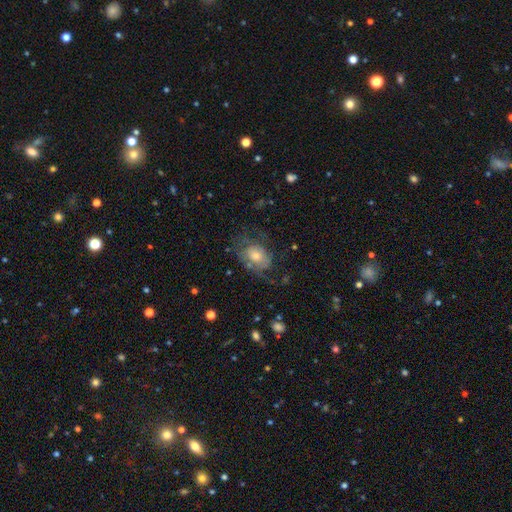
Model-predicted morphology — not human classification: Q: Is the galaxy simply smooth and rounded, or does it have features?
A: featured or disk — 52%.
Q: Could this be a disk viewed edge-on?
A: no — 96%.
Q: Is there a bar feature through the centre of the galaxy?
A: no — 79%.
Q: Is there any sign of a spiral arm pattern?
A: yes — 67%.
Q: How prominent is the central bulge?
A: moderate — 52%.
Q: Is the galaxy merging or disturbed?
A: none — 53%.